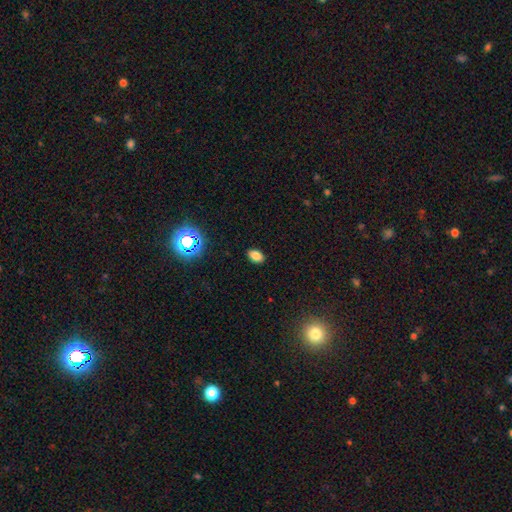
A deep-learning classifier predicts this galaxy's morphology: smooth_or_featured: smooth (p=0.80) [alt: star or artifact p=0.15]
how_rounded: in between (p=0.87) [alt: round p=0.11]
merging: none (p=0.89) [alt: minor disturbance p=0.08]